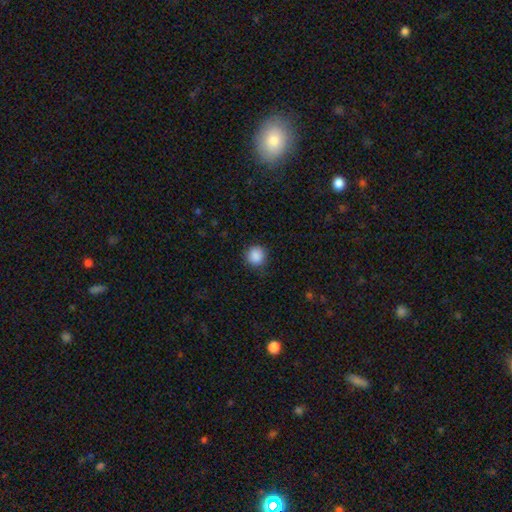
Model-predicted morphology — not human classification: A smooth galaxy with no disk features (88%) that is round (92%).

Vote fractions:
- Smooth or featured? smooth: 88% / star or artifact: 9% / featured or disk: 3%
- How rounded? round: 92% / in between: 7% / cigar-shaped: 1%
- Merging? none: 84% / minor disturbance: 12% / major disturbance: 3% / merger: 1%